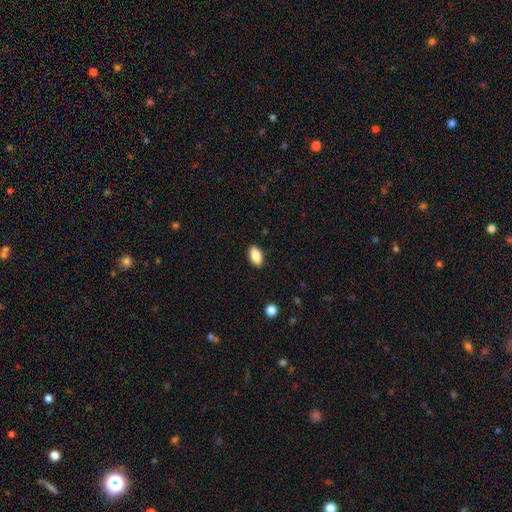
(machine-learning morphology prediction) Smooth or featured: smooth — 86% (star or artifact — 7%)
How rounded: in between — 92% (round — 4%)
Merging: none — 89% (minor disturbance — 8%)